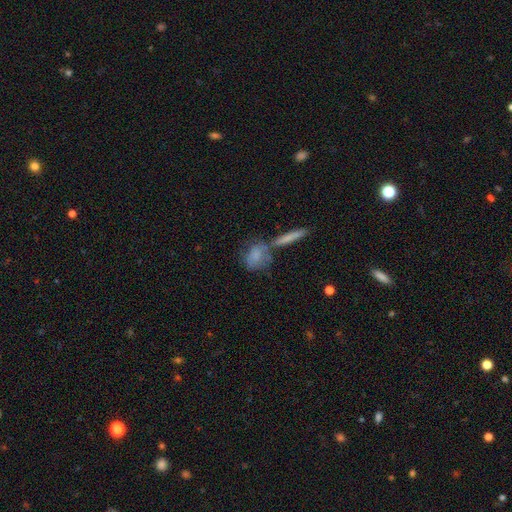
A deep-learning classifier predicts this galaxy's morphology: A smooth galaxy with no disk features (74%) that is in between round and cigar-shaped (47%).

Vote fractions:
- Smooth or featured? smooth: 74% / featured or disk: 18% / star or artifact: 8%
- How rounded? in between: 47% / round: 40% / cigar-shaped: 12%
- Merging? none: 46% / merger: 28% / minor disturbance: 17% / major disturbance: 9%